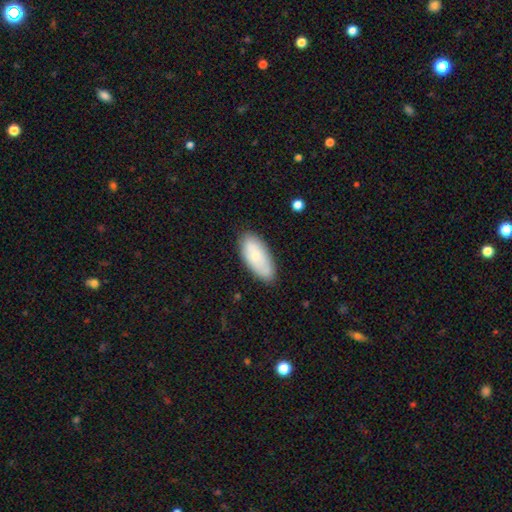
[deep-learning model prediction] Morphology: type=smooth (71%); roundness=in between (89%); merging=none (80%).